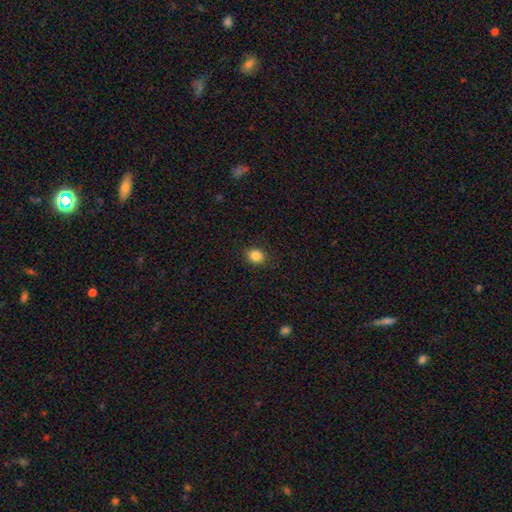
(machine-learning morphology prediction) A smooth galaxy with no disk features (86%) that is round (61%).

Vote fractions:
- Smooth or featured? smooth: 86% / star or artifact: 10% / featured or disk: 4%
- How rounded? round: 61% / in between: 38% / cigar-shaped: 1%
- Merging? none: 90% / minor disturbance: 7% / major disturbance: 2% / merger: 1%